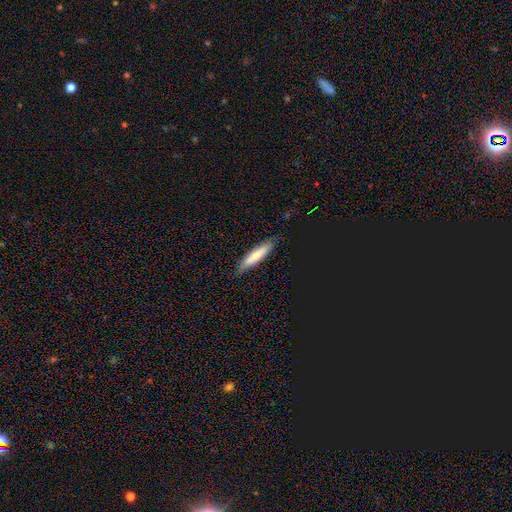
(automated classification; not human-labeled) smooth-or-featured: smooth: 70% | featured or disk: 23% | star or artifact: 6%
  how-rounded: cigar-shaped: 81% | in between: 18% | round: 1%
  merging: none: 84% | minor disturbance: 12% | major disturbance: 2% | merger: 1%